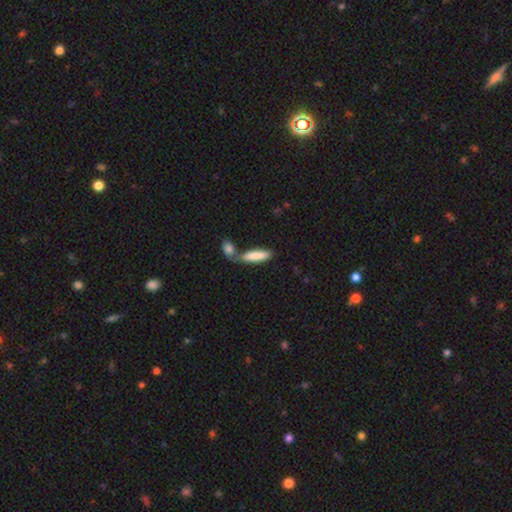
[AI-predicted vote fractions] smooth_or_featured: smooth (p=0.83) [alt: featured or disk p=0.11]
how_rounded: cigar-shaped (p=0.66) [alt: in between p=0.33]
merging: none (p=0.47) [alt: merger p=0.37]